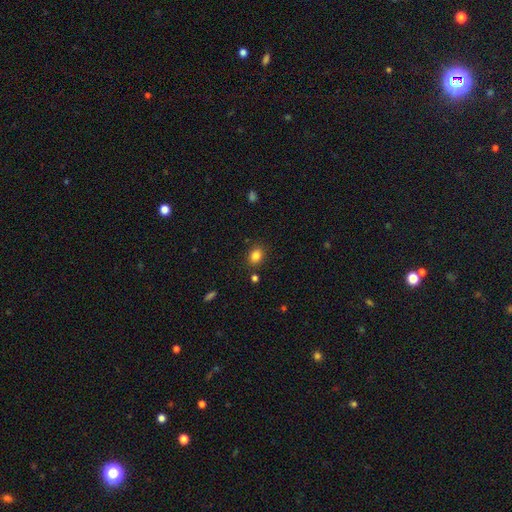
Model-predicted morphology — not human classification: This appears to be a smooth galaxy with no disk features (83%) that is in between round and cigar-shaped (53%). Merging: none (84%).